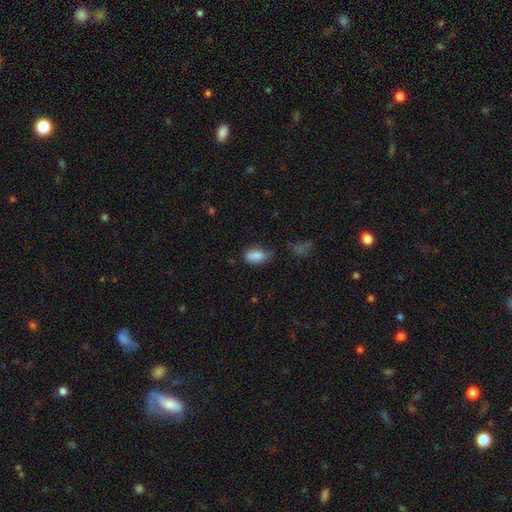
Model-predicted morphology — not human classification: smooth-or-featured: smooth: 83% | star or artifact: 9% | featured or disk: 7%
  how-rounded: in between: 87% | cigar-shaped: 7% | round: 6%
  merging: none: 52% | minor disturbance: 33% | major disturbance: 11% | merger: 4%